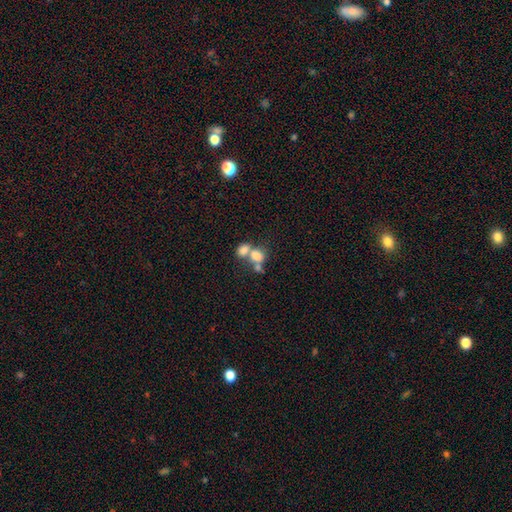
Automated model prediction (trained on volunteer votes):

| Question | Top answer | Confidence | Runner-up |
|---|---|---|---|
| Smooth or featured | smooth | 74% | featured or disk (15%) |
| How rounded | in between | 53% | round (45%) |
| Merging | merger | 64% | none (24%) |